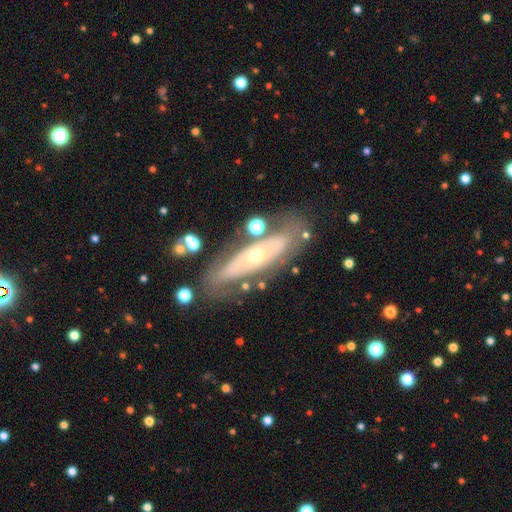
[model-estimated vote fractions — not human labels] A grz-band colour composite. It shows a featured or disk galaxy (67%). Merging: none (75%).